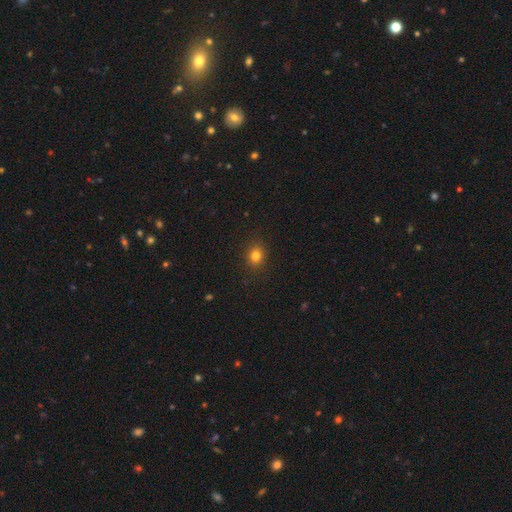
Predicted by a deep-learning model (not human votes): Q: Smooth or featured?
A: smooth (81%); runner-up: star or artifact (14%)
Q: How rounded?
A: round (65%); runner-up: in between (34%)
Q: Merging?
A: none (89%); runner-up: minor disturbance (8%)